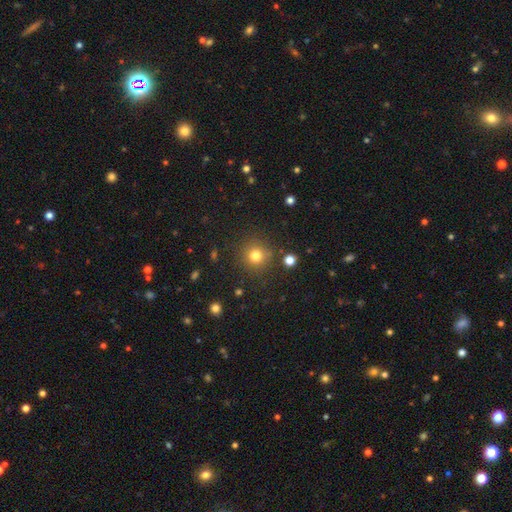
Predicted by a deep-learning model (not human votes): Morphology: type=smooth (78%); roundness=round (94%); merging=none (87%).